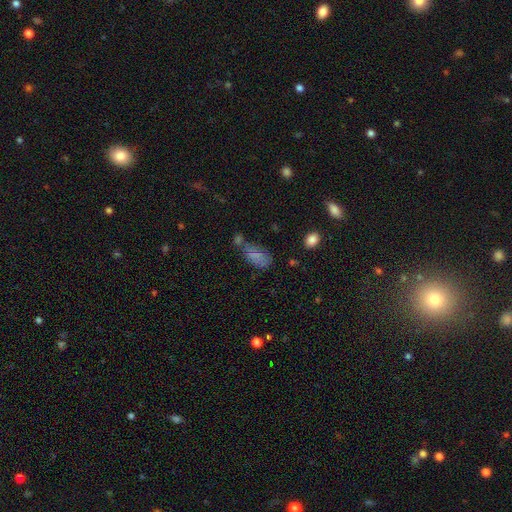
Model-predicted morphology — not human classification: Smooth or featured? Predicted: smooth (p=0.71). How rounded? Predicted: in between (p=0.90). Merging? Predicted: none (p=0.42).